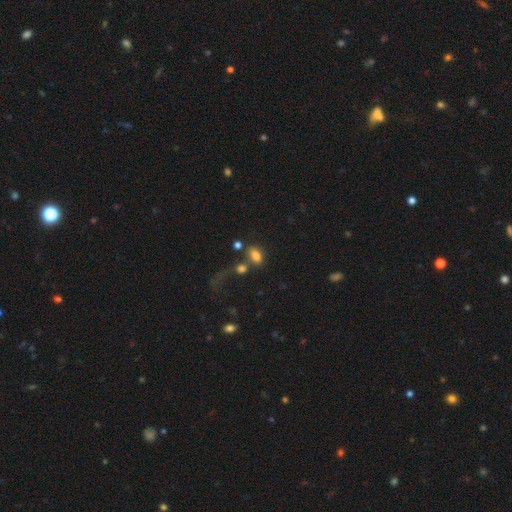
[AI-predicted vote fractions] Overall: smooth (78%). How rounded: in between (83%). Merging: none (51%; merger 27%).